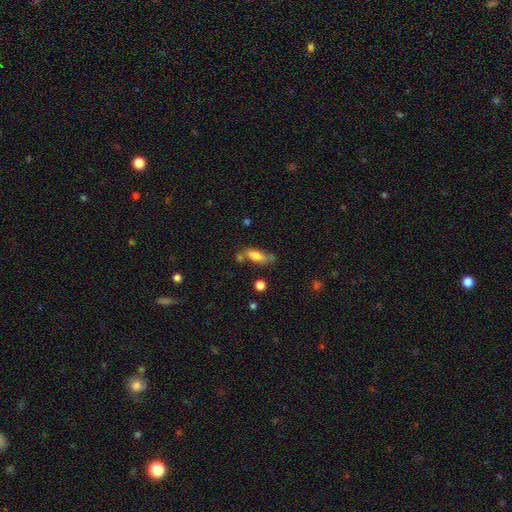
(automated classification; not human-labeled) smooth_or_featured: smooth (p=0.74) [alt: featured or disk p=0.18]
how_rounded: in between (p=0.66) [alt: cigar-shaped p=0.31]
merging: none (p=0.56) [alt: minor disturbance p=0.21]